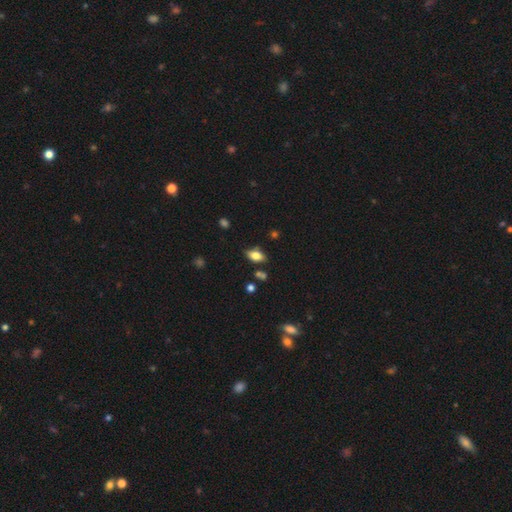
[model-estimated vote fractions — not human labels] This appears to be a smooth galaxy with no disk features (72%) that is in between round and cigar-shaped (87%). Merging: none (76%).